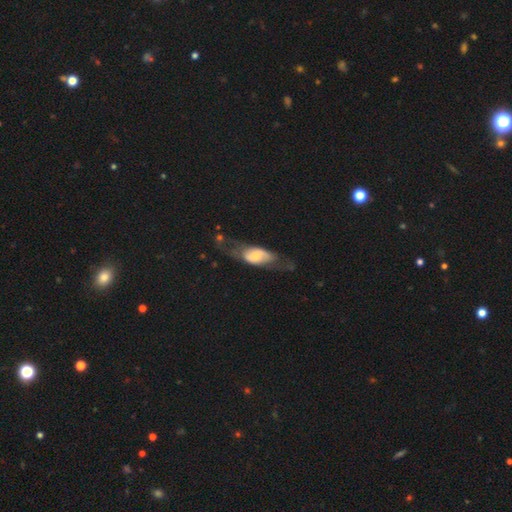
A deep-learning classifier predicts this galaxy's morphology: Smooth or featured? Predicted: featured or disk (p=0.50). Merging? Predicted: none (p=0.45).